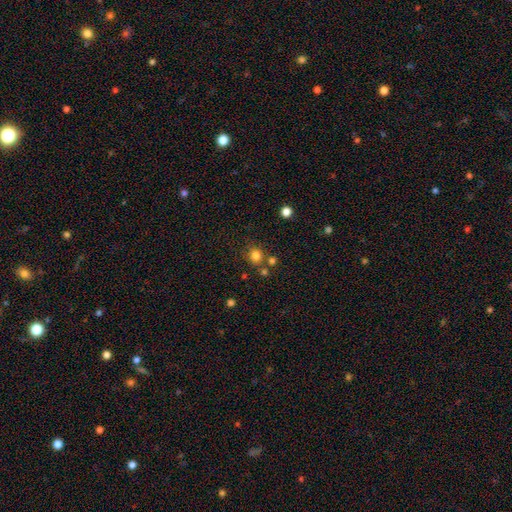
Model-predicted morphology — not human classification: smooth 79%, star or artifact 15%, featured or disk 6%. Down the decision tree: how rounded — round (86%); merging — none (73%).